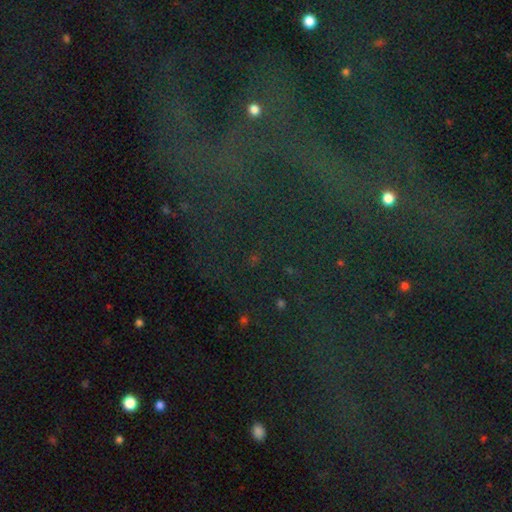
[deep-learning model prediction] smooth_or_featured: star or artifact (p=0.75) [alt: featured or disk p=0.13]